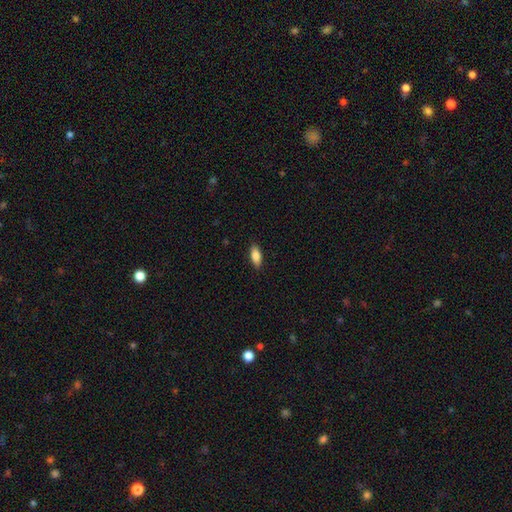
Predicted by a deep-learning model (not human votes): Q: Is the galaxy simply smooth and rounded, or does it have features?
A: smooth — 83%.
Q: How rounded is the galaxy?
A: in between — 79%.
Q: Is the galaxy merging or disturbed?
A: none — 89%.